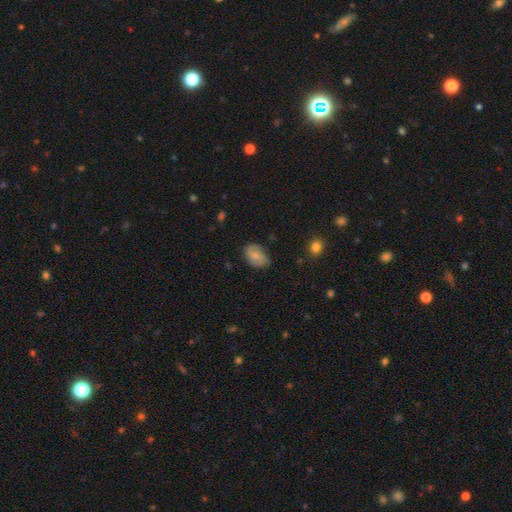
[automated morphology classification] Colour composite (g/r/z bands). It shows a smooth galaxy with no disk features (68%) that is in between round and cigar-shaped (79%). Merging: none (67%).